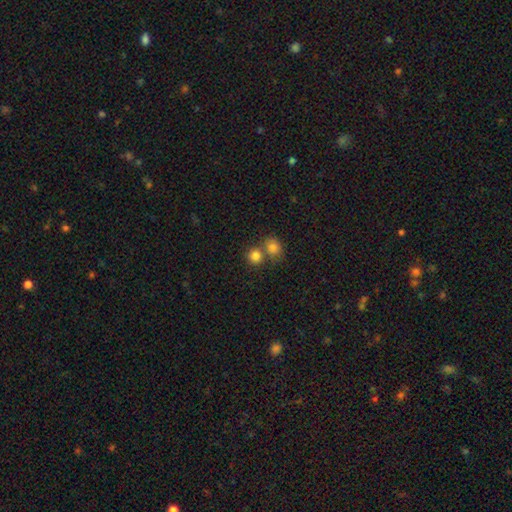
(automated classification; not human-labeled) Q: Smooth or featured?
A: smooth (82%); runner-up: star or artifact (12%)
Q: How rounded?
A: round (85%); runner-up: in between (14%)
Q: Merging?
A: none (52%); runner-up: merger (38%)